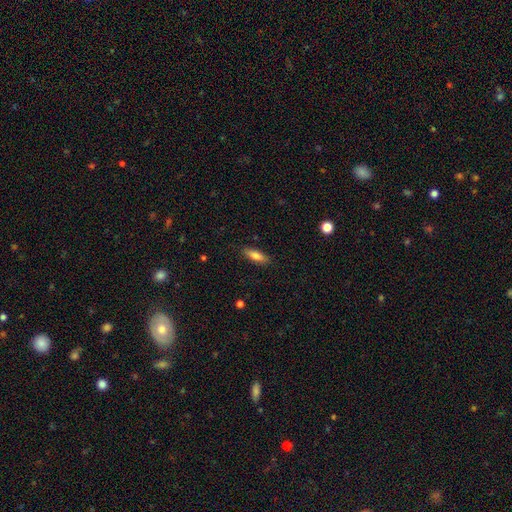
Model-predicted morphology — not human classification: A smooth galaxy with no disk features (78%) that is in between round and cigar-shaped (50%).

Vote fractions:
- Smooth or featured? smooth: 78% / featured or disk: 15% / star or artifact: 7%
- How rounded? in between: 50% / cigar-shaped: 48% / round: 2%
- Merging? none: 87% / minor disturbance: 10% / major disturbance: 2% / merger: 1%